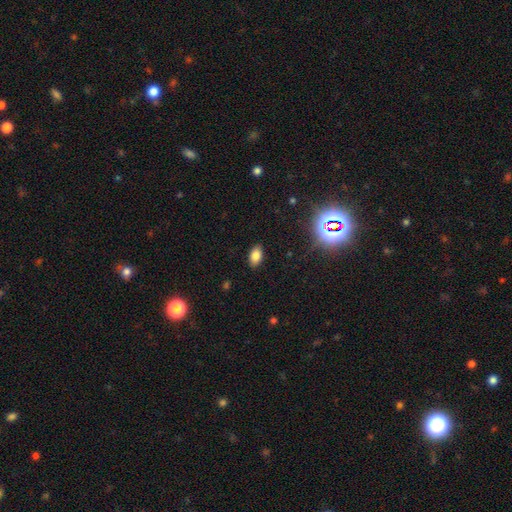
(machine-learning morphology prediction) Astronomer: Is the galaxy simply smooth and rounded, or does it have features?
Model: smooth — 80%.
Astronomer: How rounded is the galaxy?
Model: in between — 90%.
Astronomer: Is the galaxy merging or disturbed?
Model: none — 88%.